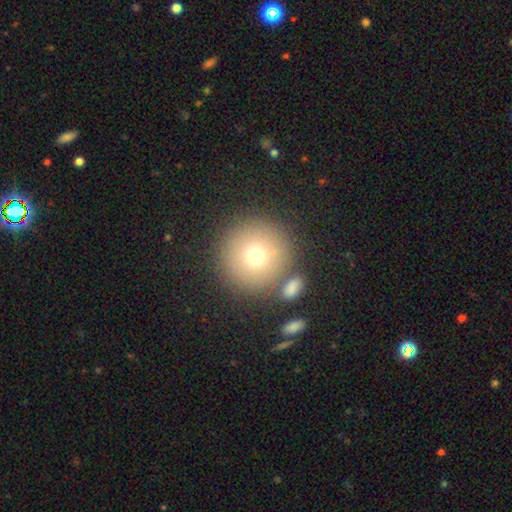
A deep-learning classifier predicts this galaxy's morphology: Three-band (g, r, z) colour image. It shows a smooth galaxy with no disk features (73%) that is round (96%). Merging: none (80%).